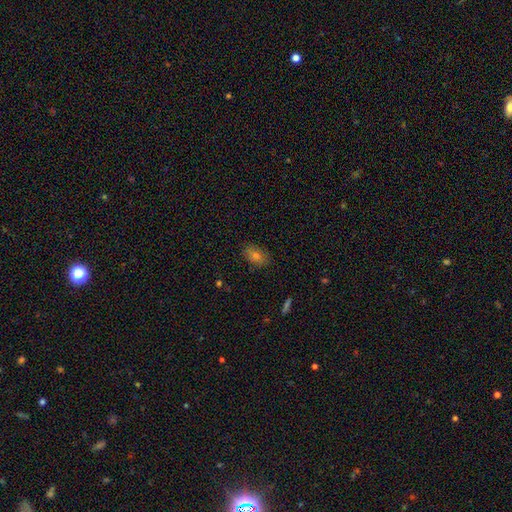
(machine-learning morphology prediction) Smooth or featured: smooth — 68% (star or artifact — 18%)
How rounded: in between — 83% (round — 14%)
Merging: none — 85% (minor disturbance — 11%)